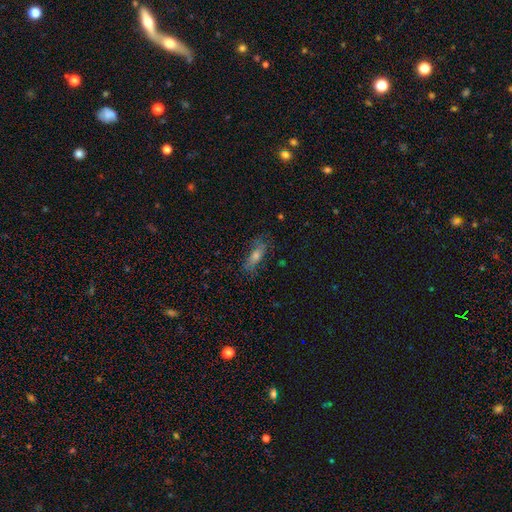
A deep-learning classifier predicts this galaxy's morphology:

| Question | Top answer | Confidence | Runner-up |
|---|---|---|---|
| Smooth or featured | smooth | 45% | featured or disk (38%) |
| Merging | none | 72% | minor disturbance (19%) |